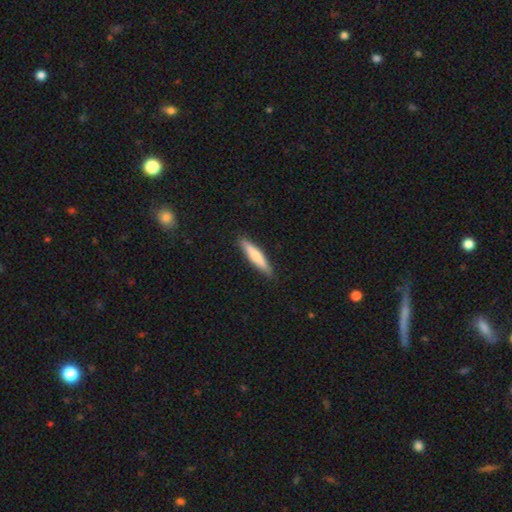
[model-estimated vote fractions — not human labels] Q: Smooth or featured?
A: smooth (68%); runner-up: featured or disk (27%)
Q: How rounded?
A: cigar-shaped (87%); runner-up: in between (11%)
Q: Merging?
A: none (89%); runner-up: minor disturbance (8%)